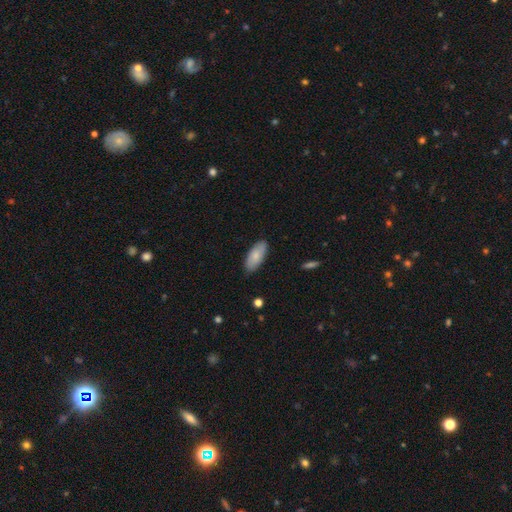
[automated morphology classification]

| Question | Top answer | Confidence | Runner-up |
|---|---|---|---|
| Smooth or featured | smooth | 80% | featured or disk (14%) |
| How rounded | in between | 88% | cigar-shaped (10%) |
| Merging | none | 85% | minor disturbance (12%) |